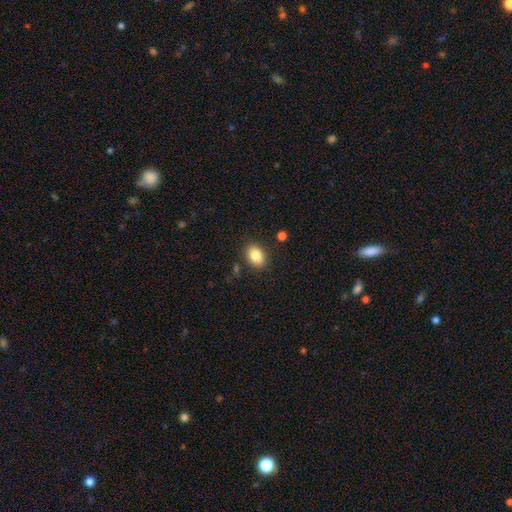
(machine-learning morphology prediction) A smooth galaxy with no disk features (84%) that is in between round and cigar-shaped (71%). Merging: none (85%).